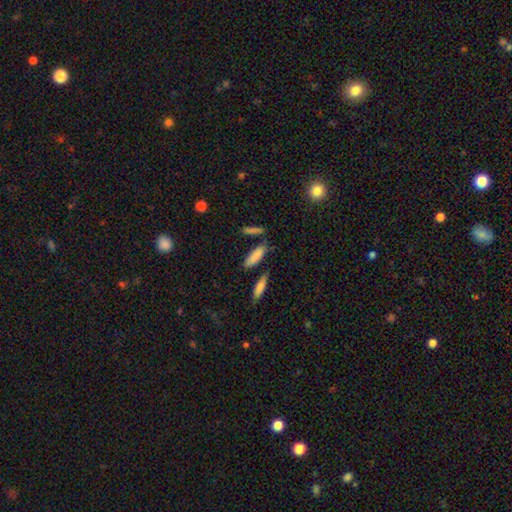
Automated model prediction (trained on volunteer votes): Morphology: type=smooth (82%); roundness=cigar-shaped (50%); merging=none (69%).